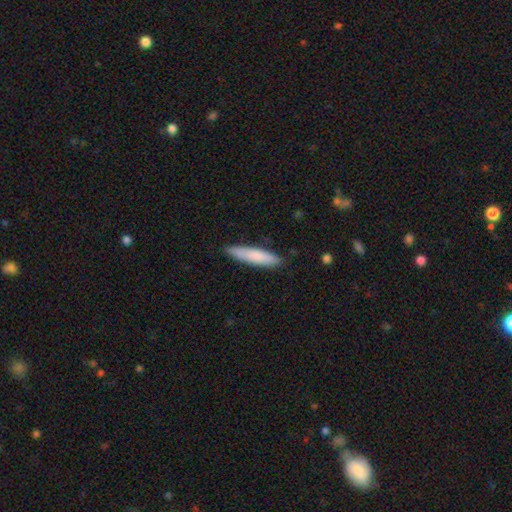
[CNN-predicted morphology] This appears to be a smooth galaxy with no disk features (80%) that is cigar-shaped (81%). Merging: none (84%).